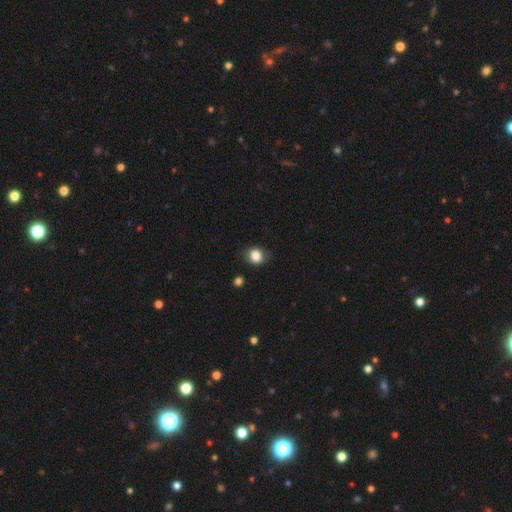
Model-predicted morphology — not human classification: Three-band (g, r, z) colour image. It shows a smooth galaxy with no disk features (84%) that is round (74%). Merging: none (83%).